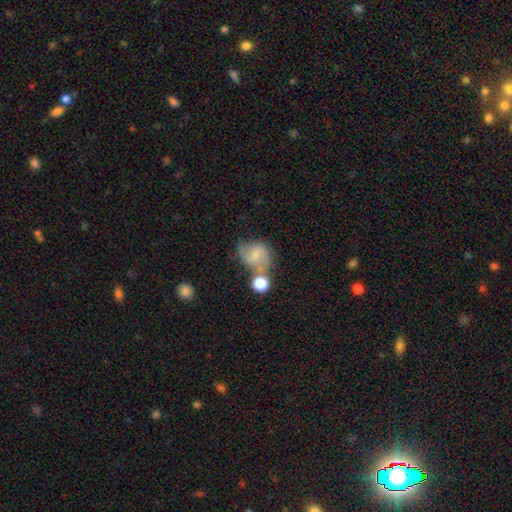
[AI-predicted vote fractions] The model was most divided on "smooth or featured": featured or disk: 47%, smooth: 44%, star or artifact: 10%. Remaining: merging — none (37%).